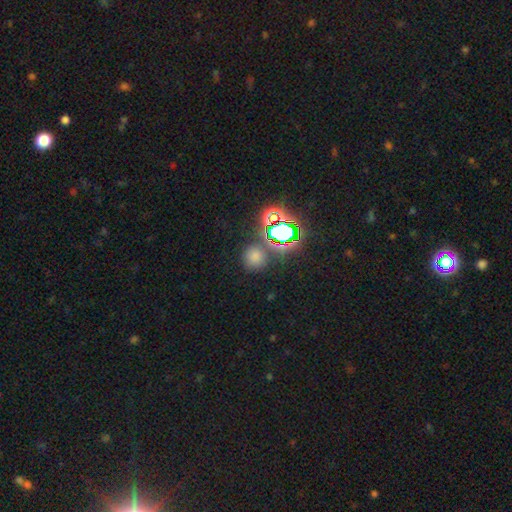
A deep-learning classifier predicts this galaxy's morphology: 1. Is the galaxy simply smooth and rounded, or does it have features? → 53% smooth, 40% star or artifact, 7% featured or disk.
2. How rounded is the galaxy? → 89% round, 10% in between, 1% cigar-shaped.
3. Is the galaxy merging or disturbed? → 79% none, 9% merger, 8% minor disturbance, 4% major disturbance.